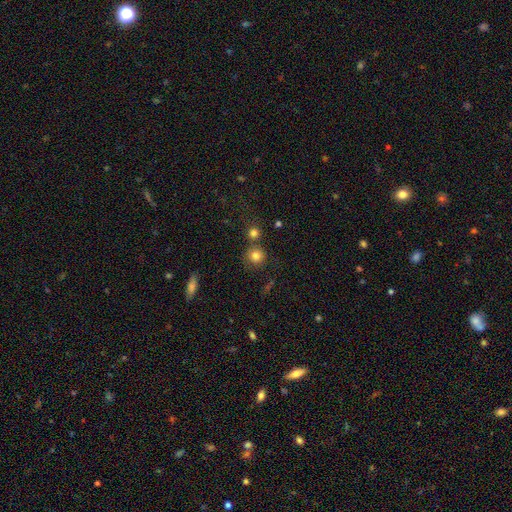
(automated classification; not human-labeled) smooth_or_featured: smooth (p=0.80) [alt: star or artifact p=0.13]
how_rounded: round (p=0.92) [alt: in between p=0.07]
merging: none (p=0.70) [alt: merger p=0.18]